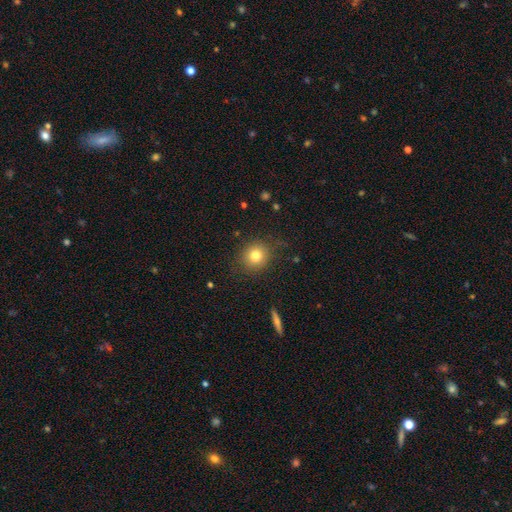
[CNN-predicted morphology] Smooth or featured?
  - smooth: 79% *
  - star or artifact: 12%
  - featured or disk: 9%
How rounded?
  - round: 82% *
  - in between: 17%
  - cigar-shaped: 1%
Merging?
  - none: 84% *
  - minor disturbance: 11%
  - major disturbance: 4%
  - merger: 1%